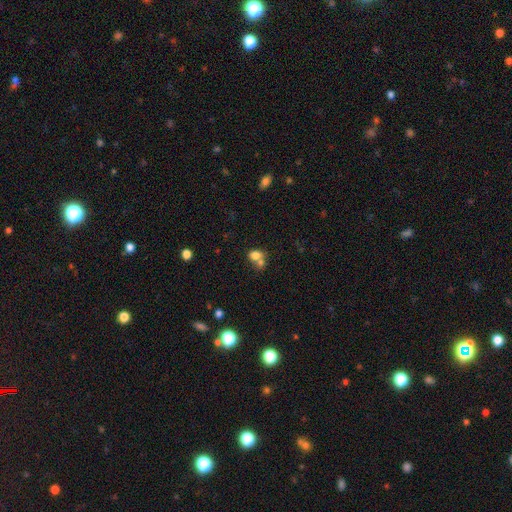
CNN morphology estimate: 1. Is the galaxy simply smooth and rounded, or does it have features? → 75% smooth, 13% featured or disk, 11% star or artifact.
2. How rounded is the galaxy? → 49% in between (tied), 49% round (tied), 1% cigar-shaped.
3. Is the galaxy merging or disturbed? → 58% merger, 29% none, 8% minor disturbance, 5% major disturbance.